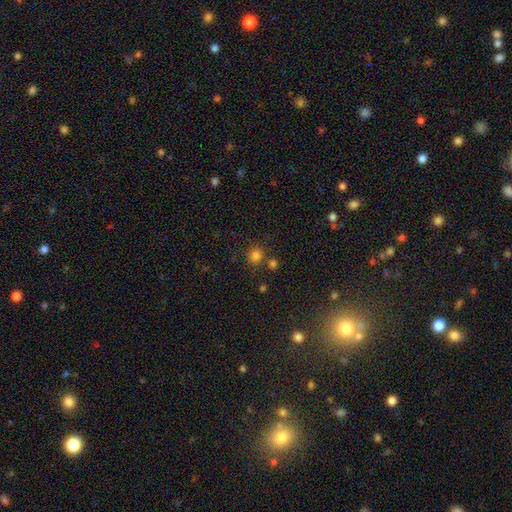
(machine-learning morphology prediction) This appears to be a smooth galaxy with no disk features (79%) that is round (84%). Merging: none (72%).